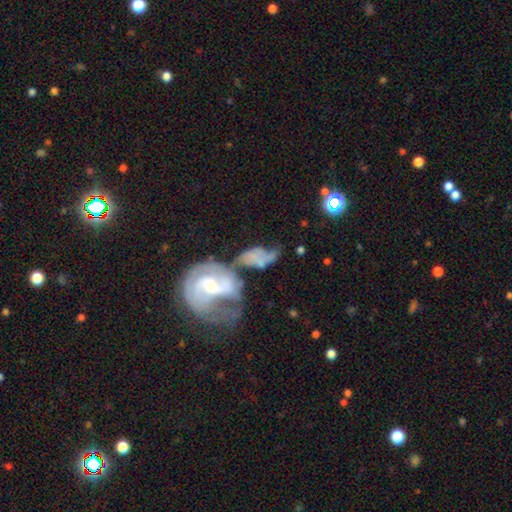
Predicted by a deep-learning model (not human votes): Smooth or featured? Predicted: featured or disk (p=0.62). Edge-on disk? Predicted: no (p=0.96). Bar? Predicted: no (p=0.58). Spiral arms? Predicted: yes (p=0.76). Bulge size? Predicted: small (p=0.40). Merging? Predicted: merger (p=0.54).